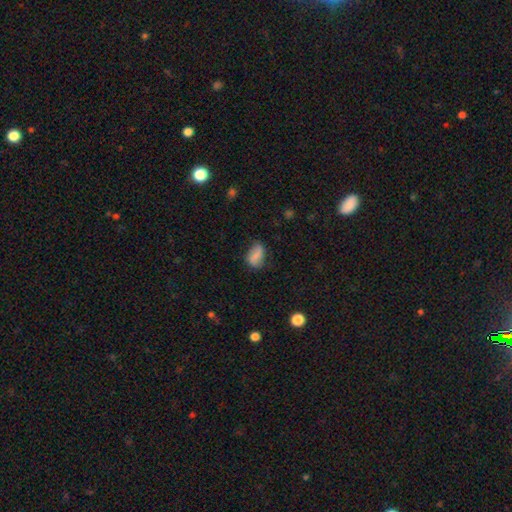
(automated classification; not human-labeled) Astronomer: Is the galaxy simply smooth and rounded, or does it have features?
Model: smooth — 71%.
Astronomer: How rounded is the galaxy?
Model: in between — 86%.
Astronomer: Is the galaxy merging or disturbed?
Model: none — 64%.